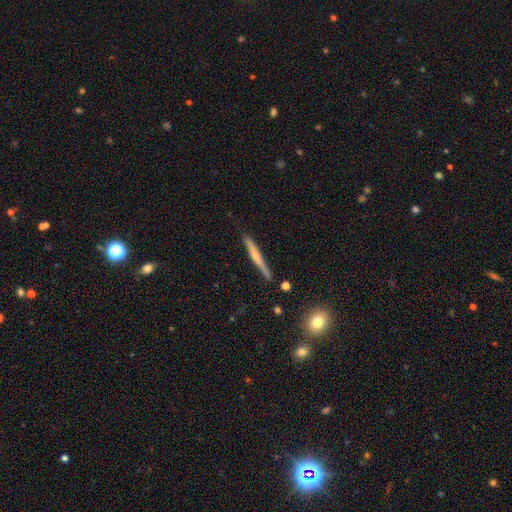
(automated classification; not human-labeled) This is possibly a featured or disk galaxy (49%). Merging: clearly none (86%).